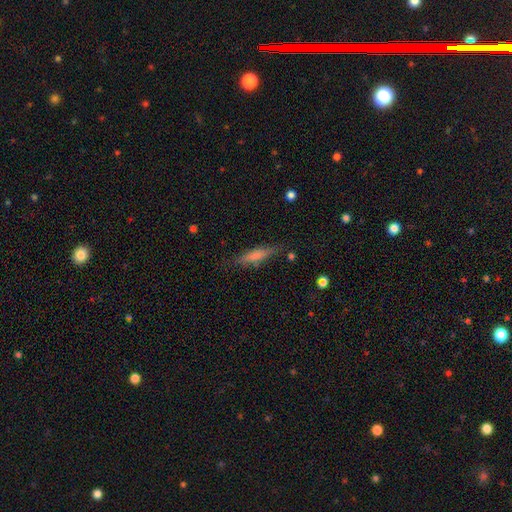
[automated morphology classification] smooth-or-featured: smooth: 64% | featured or disk: 28% | star or artifact: 9%
  how-rounded: cigar-shaped: 72% | in between: 26% | round: 2%
  merging: none: 75% | minor disturbance: 17% | major disturbance: 5% | merger: 3%